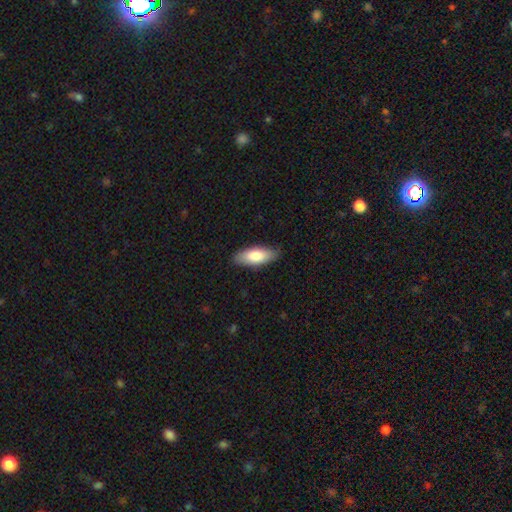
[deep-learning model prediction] Overall: smooth (79%). How rounded: in between (76%). Merging: none (84%).